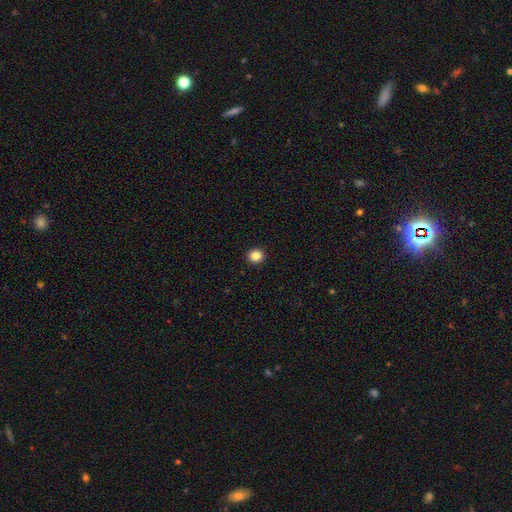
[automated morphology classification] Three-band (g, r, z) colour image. It shows a smooth galaxy with no disk features (86%) that is round (88%). Merging: none (93%).